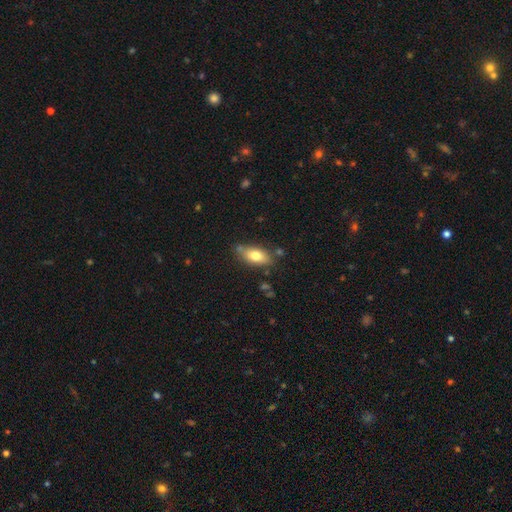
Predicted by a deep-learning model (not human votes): The model was most divided on "merging": none: 72%, minor disturbance: 18%, merger: 6%, major disturbance: 4%. More confident: how rounded — in between (83%); smooth or featured — smooth (75%).